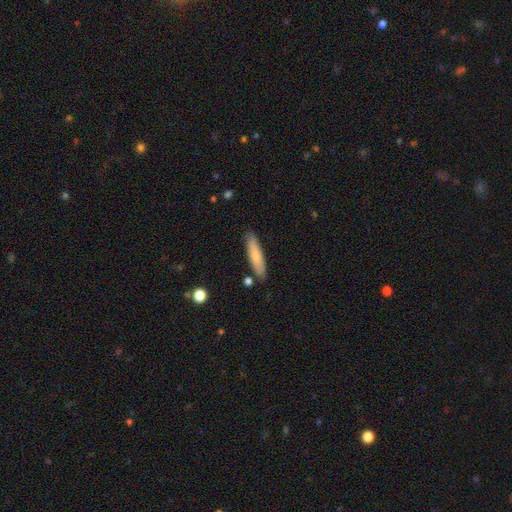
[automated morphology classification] Smooth or featured: smooth — 73% (featured or disk — 21%)
How rounded: cigar-shaped — 78% (in between — 21%)
Merging: none — 83% (minor disturbance — 12%)